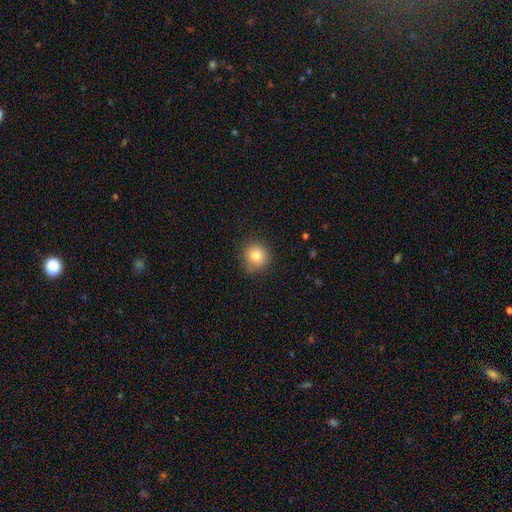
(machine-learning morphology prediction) smooth-or-featured: smooth: 80% | star or artifact: 11% | featured or disk: 9%
  how-rounded: round: 90% | in between: 9% | cigar-shaped: 1%
  merging: none: 83% | minor disturbance: 13% | major disturbance: 3% | merger: 1%